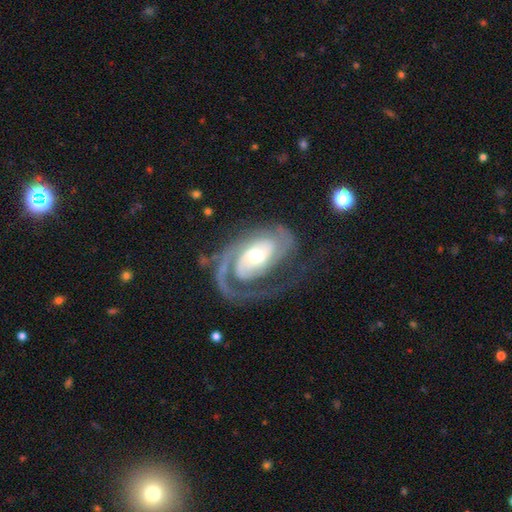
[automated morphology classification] Smooth or featured: featured or disk — 90% (smooth — 6%)
Edge-on disk: no — 97% (yes — 3%)
Bar: no — 49% (weak — 35%)
Spiral arms: yes — 97% (no — 3%)
Spiral winding: tight — 54% (medium — 35%)
Spiral arm count: 2 — 45% (1 — 38%)
Bulge size: moderate — 60% (small — 29%)
Merging: none — 59% (major disturbance — 21%)